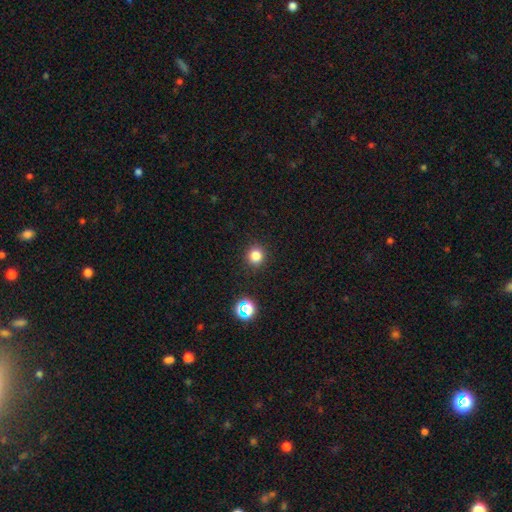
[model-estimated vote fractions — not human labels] Smooth or featured? smooth (80%)
How rounded? round (92%)
Merging? none (91%)